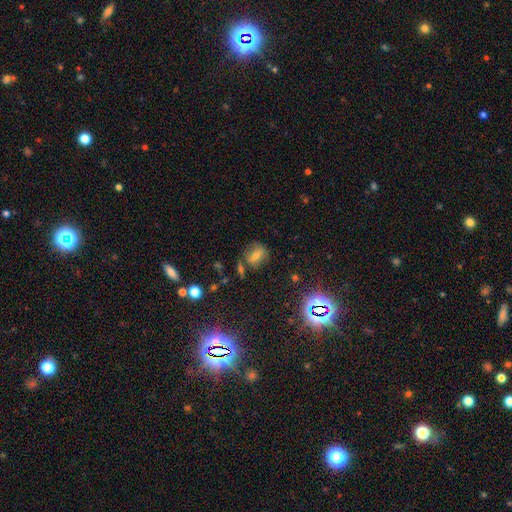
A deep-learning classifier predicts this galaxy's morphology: type=smooth (57%); roundness=in between (52%); merging=none (65%).